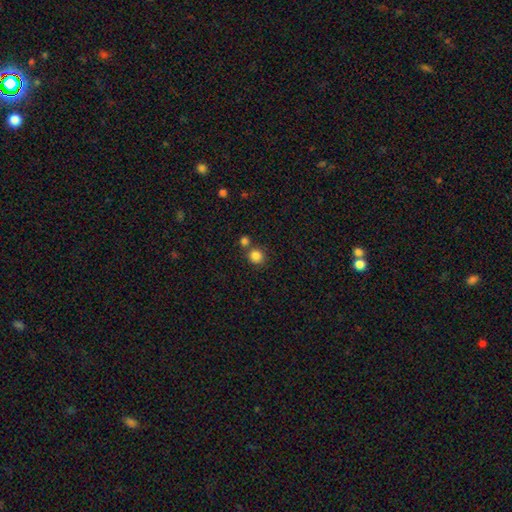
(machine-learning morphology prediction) Smooth or featured? Predicted: smooth (p=0.85). How rounded? Predicted: round (p=0.89). Merging? Predicted: none (p=0.68).